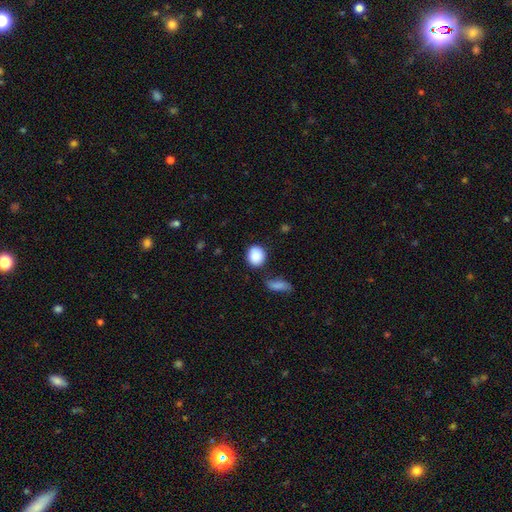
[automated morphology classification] A smooth galaxy with no disk features (88%) that is round (65%).

Vote fractions:
- Smooth or featured? smooth: 88% / star or artifact: 8% / featured or disk: 4%
- How rounded? round: 65% / in between: 34% / cigar-shaped: 2%
- Merging? none: 72% / minor disturbance: 16% / merger: 8% / major disturbance: 5%